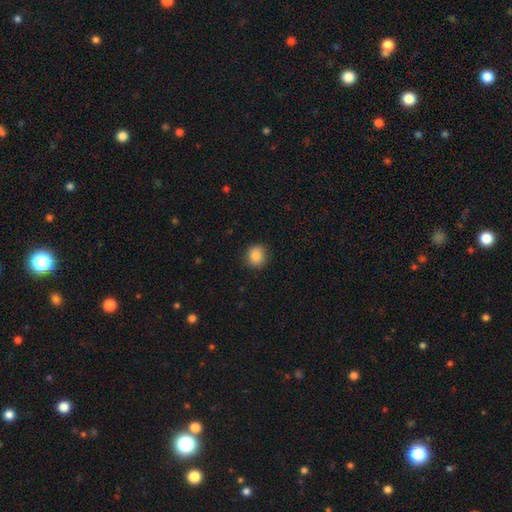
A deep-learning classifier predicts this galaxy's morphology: Q: Smooth or featured?
A: smooth (86%); runner-up: star or artifact (9%)
Q: How rounded?
A: round (83%); runner-up: in between (16%)
Q: Merging?
A: none (88%); runner-up: minor disturbance (9%)